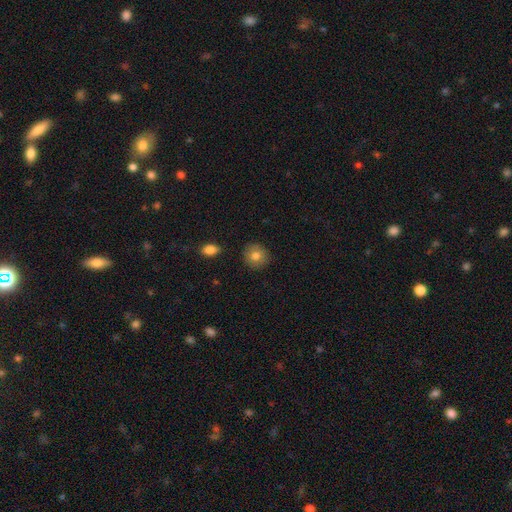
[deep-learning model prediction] smooth 80%, featured or disk 11%, star or artifact 9%. Down the decision tree: how rounded — round (88%); merging — none (89%).